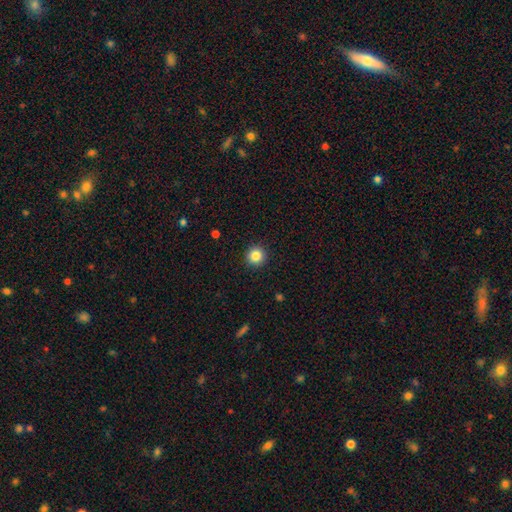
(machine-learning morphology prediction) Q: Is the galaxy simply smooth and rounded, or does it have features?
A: smooth — 86%.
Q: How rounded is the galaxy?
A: round — 95%.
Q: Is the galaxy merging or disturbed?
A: none — 92%.